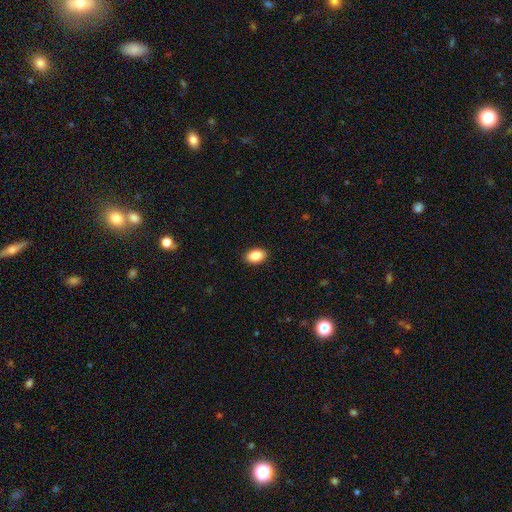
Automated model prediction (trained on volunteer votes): Q: Smooth or featured?
A: smooth (89%); runner-up: star or artifact (7%)
Q: How rounded?
A: in between (90%); runner-up: round (9%)
Q: Merging?
A: none (90%); runner-up: minor disturbance (7%)